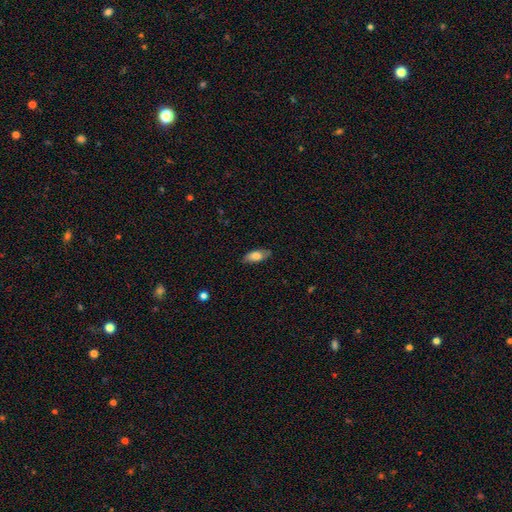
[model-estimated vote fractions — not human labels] Morphology: type=smooth (73%); roundness=in between (81%); merging=none (78%).